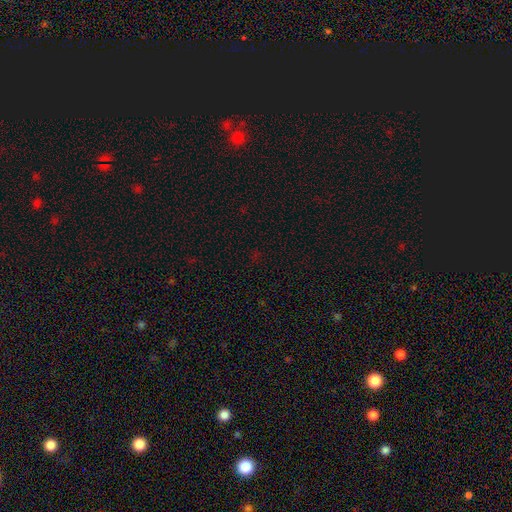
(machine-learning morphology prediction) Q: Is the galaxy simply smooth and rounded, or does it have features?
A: star or artifact — 67%.